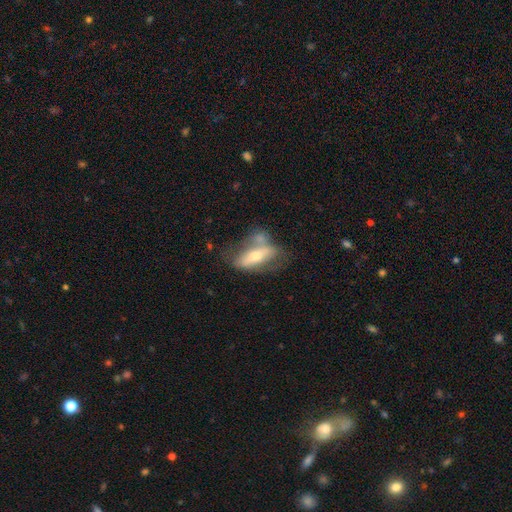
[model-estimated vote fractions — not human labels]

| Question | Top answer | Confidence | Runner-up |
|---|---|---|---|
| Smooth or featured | featured or disk | 53% | smooth (40%) |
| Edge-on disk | no | 66% | yes (34%) |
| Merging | none | 38% | merger (24%) |